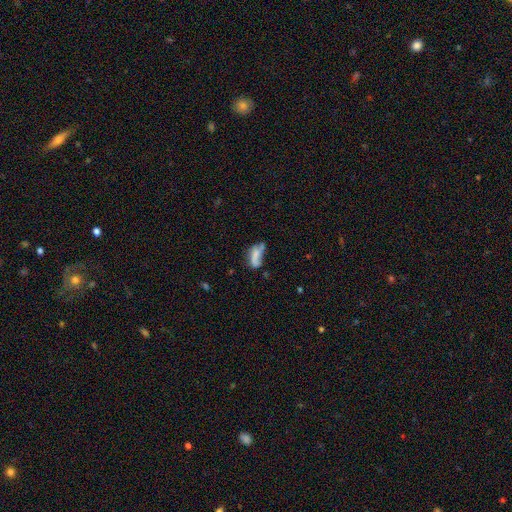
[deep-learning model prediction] Smooth or featured? smooth (57%)
How rounded? in between (79%)
Merging? none (27%, tied with major disturbance)